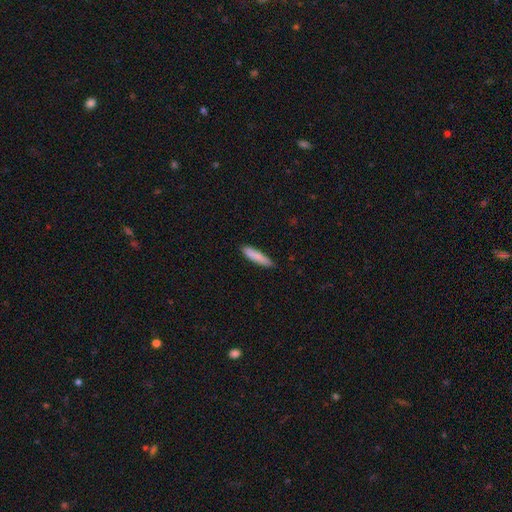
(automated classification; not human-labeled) Smooth or featured? Predicted: smooth (p=0.86). How rounded? Predicted: cigar-shaped (p=0.83). Merging? Predicted: none (p=0.86).